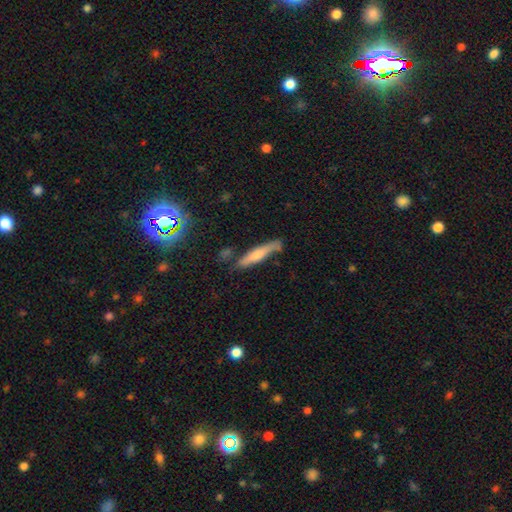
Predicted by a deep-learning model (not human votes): The model was most divided on "smooth or featured": featured or disk: 46%, smooth: 40%, star or artifact: 14%. More confident: merging — none (73%).